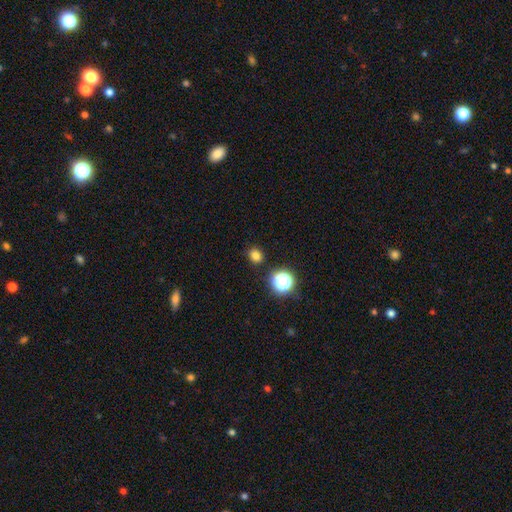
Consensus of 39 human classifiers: Smooth or featured?
  - smooth: 90% *
  - star or artifact: 8%
  - featured or disk: 3%
How rounded?
  - round: 63% *
  - in between: 37%
  - cigar-shaped: 0%
Merging?
  - none: 92% *
  - minor disturbance: 6%
  - major disturbance: 3%
  - merger: 0%